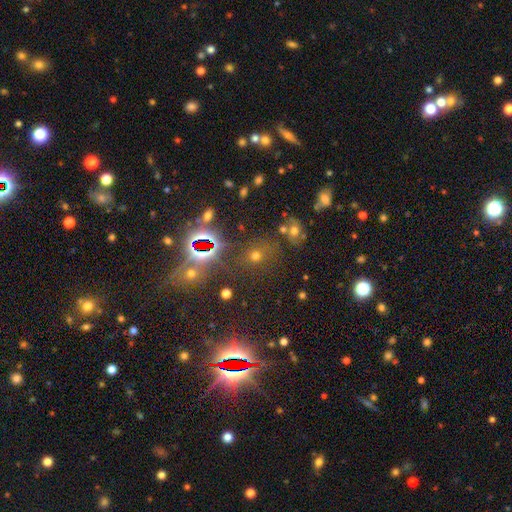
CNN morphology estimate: smooth_or_featured: smooth (p=0.52) [alt: star or artifact p=0.39]
how_rounded: round (p=0.76) [alt: in between p=0.22]
merging: none (p=0.73) [alt: minor disturbance p=0.11]